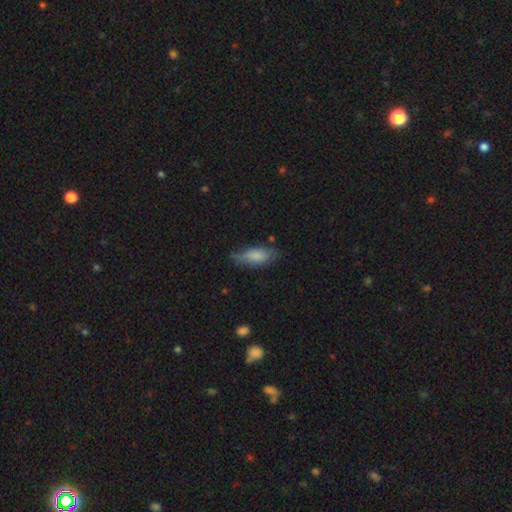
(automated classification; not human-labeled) smooth-or-featured: smooth: 77% | featured or disk: 17% | star or artifact: 7%
  how-rounded: in between: 78% | cigar-shaped: 20% | round: 2%
  merging: none: 59% | minor disturbance: 31% | major disturbance: 8% | merger: 2%